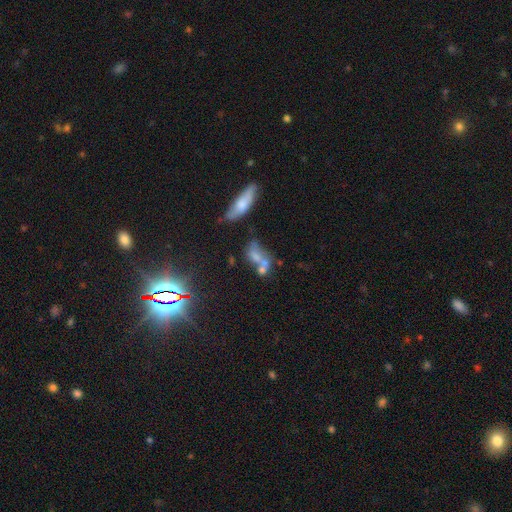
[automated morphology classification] A smooth galaxy with no disk features (48%).

Vote fractions:
- Smooth or featured? smooth: 48% / featured or disk: 30% / star or artifact: 22%
- Merging? merger: 54% / none: 25% / minor disturbance: 11% / major disturbance: 10%